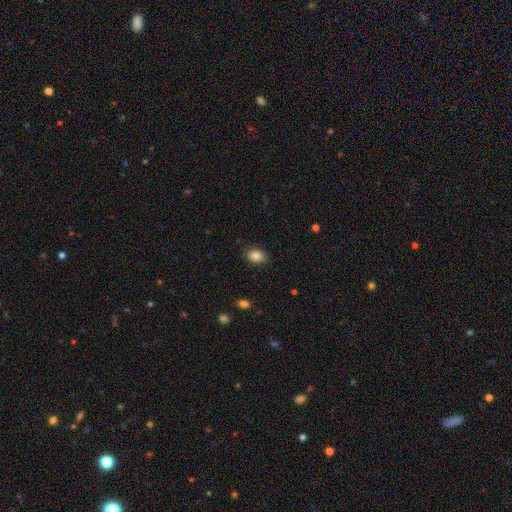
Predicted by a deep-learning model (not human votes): smooth_or_featured: smooth (p=0.85) [alt: star or artifact p=0.09]
how_rounded: in between (p=0.72) [alt: round p=0.27]
merging: none (p=0.86) [alt: minor disturbance p=0.10]